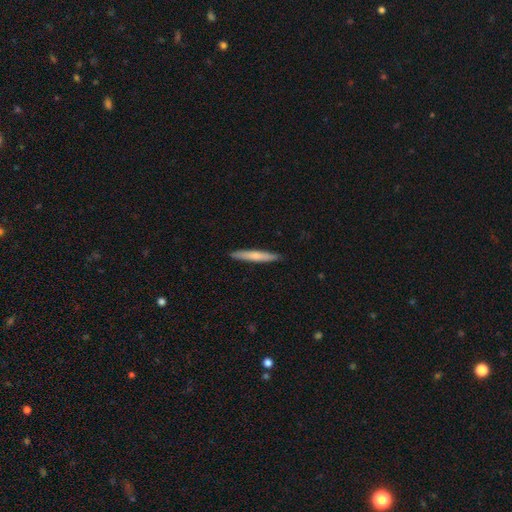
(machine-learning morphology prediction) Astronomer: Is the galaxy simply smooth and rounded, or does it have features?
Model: smooth — 63%.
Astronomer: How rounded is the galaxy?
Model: cigar-shaped — 95%.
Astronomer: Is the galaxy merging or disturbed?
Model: none — 90%.